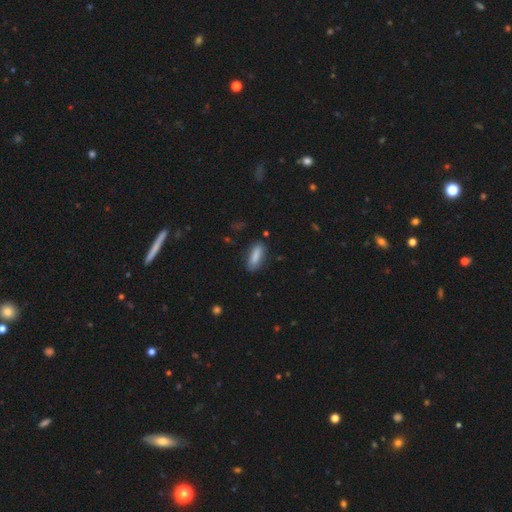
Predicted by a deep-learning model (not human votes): Q: Smooth or featured?
A: smooth (83%); runner-up: featured or disk (10%)
Q: How rounded?
A: in between (59%); runner-up: cigar-shaped (39%)
Q: Merging?
A: none (79%); runner-up: minor disturbance (16%)